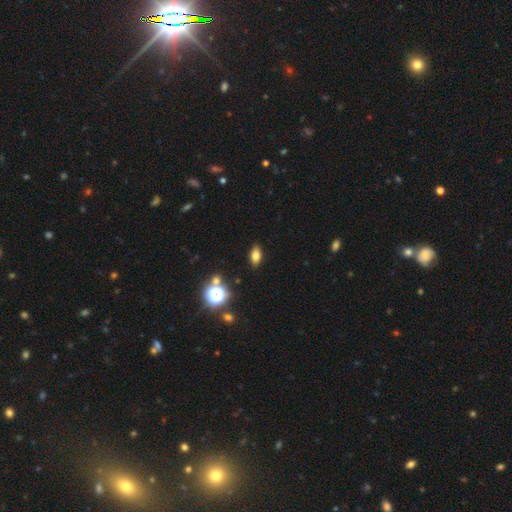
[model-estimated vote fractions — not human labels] Smooth or featured: smooth — 73% (star or artifact — 15%)
How rounded: in between — 83% (cigar-shaped — 8%)
Merging: none — 88% (minor disturbance — 8%)